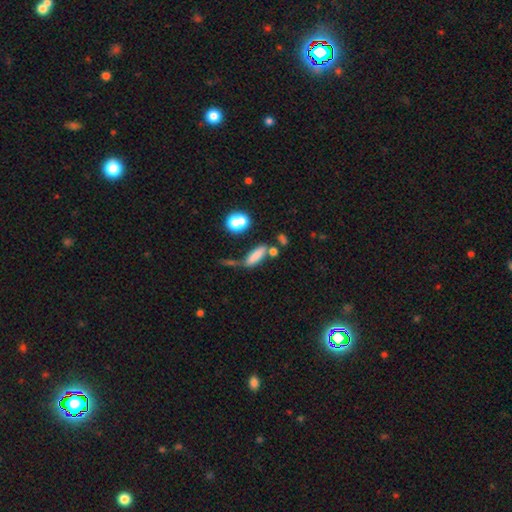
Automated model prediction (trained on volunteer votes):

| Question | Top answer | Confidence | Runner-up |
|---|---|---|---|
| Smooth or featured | smooth | 77% | featured or disk (12%) |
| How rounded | cigar-shaped | 51% | in between (45%) |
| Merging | none | 51% | merger (23%) |